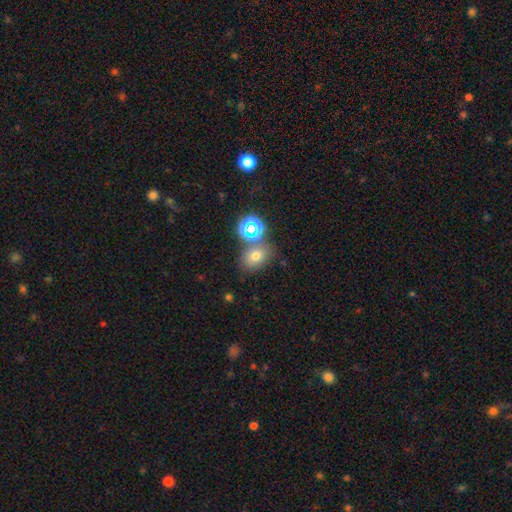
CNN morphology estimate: Overall: smooth (64%; star or artifact 24%). How rounded: in between (54%; round 44%). Merging: none (64%).